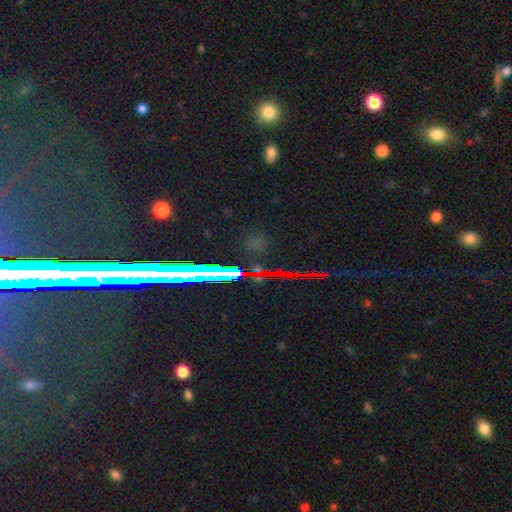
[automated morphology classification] Smooth or featured: star or artifact — 70% (featured or disk — 18%)